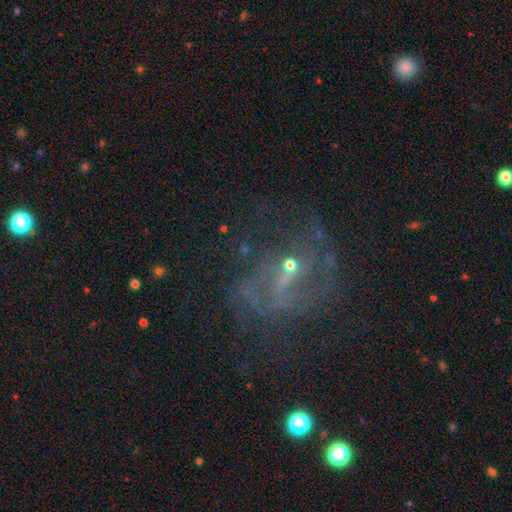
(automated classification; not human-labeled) This appears to be a featured or disk galaxy (71%) with a weak bar (44%), spiral arms (71%) and a small central bulge (65%). Merging: none (52%).